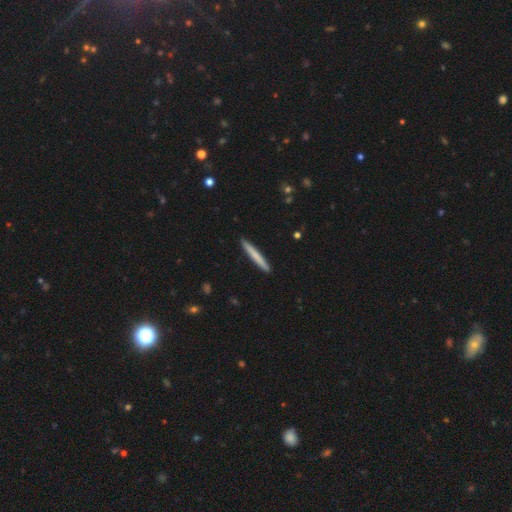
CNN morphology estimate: This is likely a smooth galaxy (70%). How rounded: clearly cigar-shaped (97%). Merging: clearly none (92%).